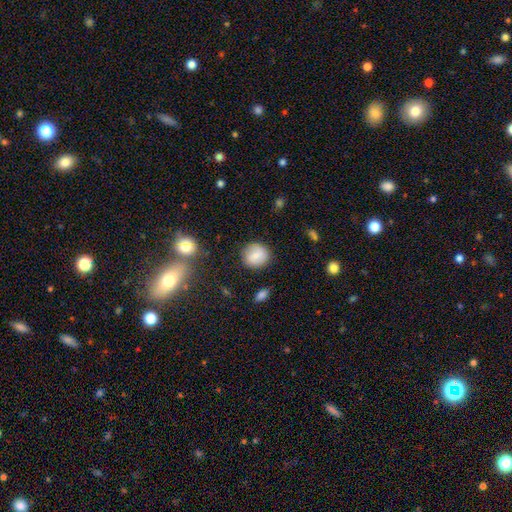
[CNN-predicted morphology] The model was most divided on "smooth or featured": smooth: 74%, featured or disk: 18%, star or artifact: 9%. More confident: how rounded — round (86%); merging — none (84%).